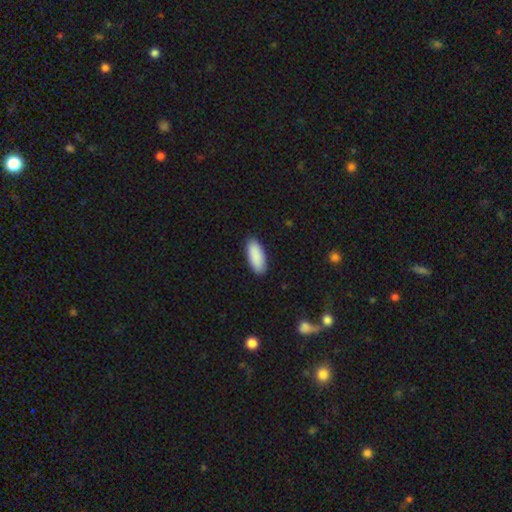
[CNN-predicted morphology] Q: Smooth or featured?
A: smooth (91%); runner-up: star or artifact (5%)
Q: How rounded?
A: in between (85%); runner-up: cigar-shaped (14%)
Q: Merging?
A: none (89%); runner-up: minor disturbance (8%)